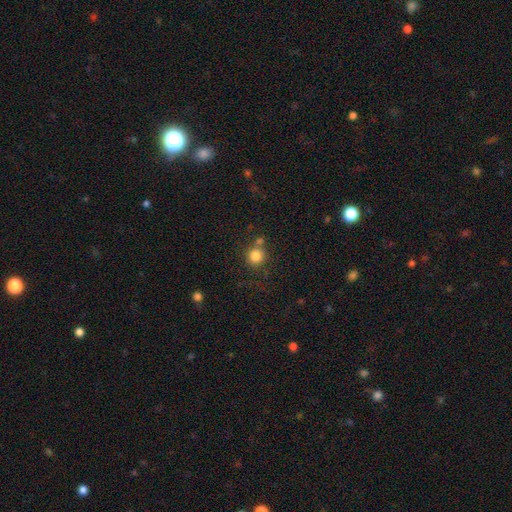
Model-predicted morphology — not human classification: Overall: smooth (82%). How rounded: round (91%). Merging: none (67%).